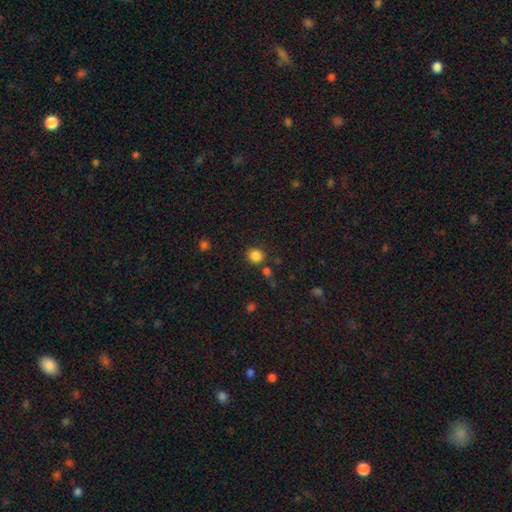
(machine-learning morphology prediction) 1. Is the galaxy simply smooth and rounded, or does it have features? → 84% smooth, 12% star or artifact, 4% featured or disk.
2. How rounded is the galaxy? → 83% round, 16% in between, 1% cigar-shaped.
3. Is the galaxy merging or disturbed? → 80% none, 10% minor disturbance, 7% merger, 3% major disturbance.